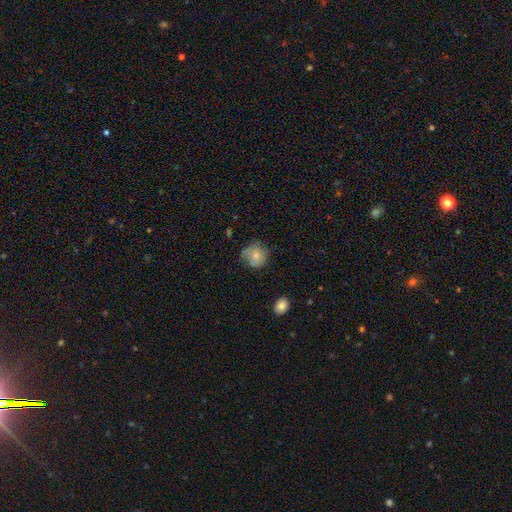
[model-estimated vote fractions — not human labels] smooth 74%, featured or disk 17%, star or artifact 9%. Down the decision tree: how rounded — round (82%); merging — none (56%).